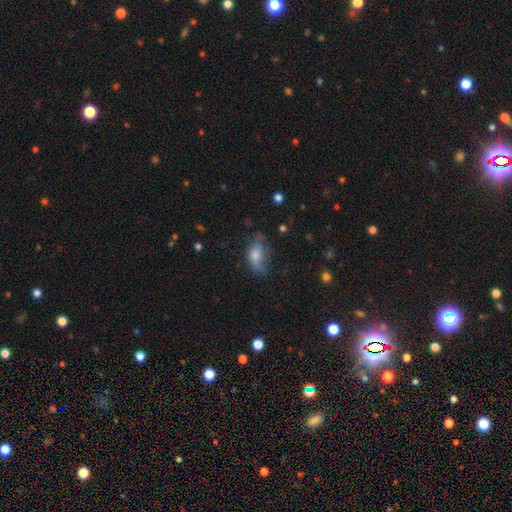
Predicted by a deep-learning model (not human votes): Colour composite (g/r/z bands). It shows a smooth galaxy with no disk features (64%) that is in between round and cigar-shaped (85%). Merging: none (44%).